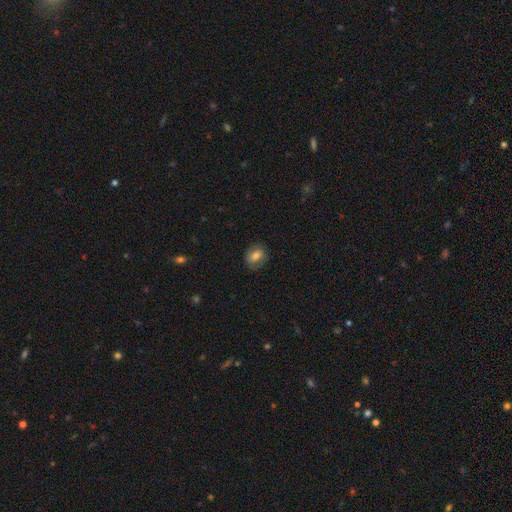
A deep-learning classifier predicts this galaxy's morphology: A smooth galaxy with no disk features (69%) that is round (52%).

Vote fractions:
- Smooth or featured? smooth: 69% / featured or disk: 21% / star or artifact: 10%
- How rounded? round: 52% / in between: 47% / cigar-shaped: 1%
- Merging? none: 83% / minor disturbance: 13% / major disturbance: 4% / merger: 1%